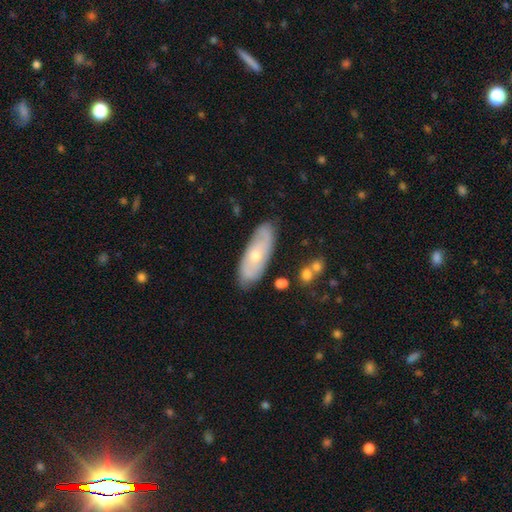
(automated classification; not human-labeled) A featured or disk galaxy (55%).

Vote fractions:
- Smooth or featured? featured or disk: 55% / smooth: 38% / star or artifact: 7%
- Edge-on disk? no: 80% / yes: 20%
- Merging? none: 81% / minor disturbance: 14% / major disturbance: 3% / merger: 2%